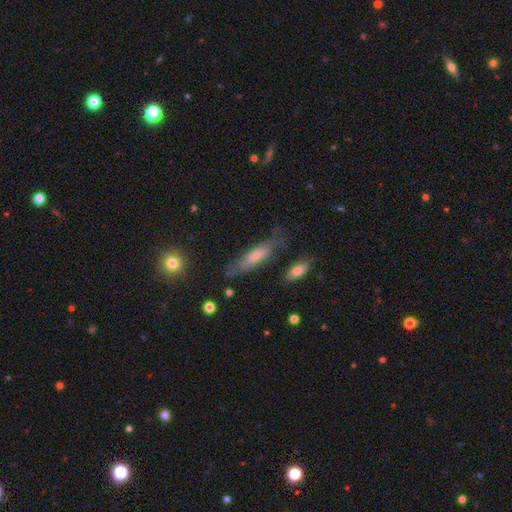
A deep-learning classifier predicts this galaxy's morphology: A smooth galaxy with no disk features (47%).

Vote fractions:
- Smooth or featured? smooth: 47% / featured or disk: 45% / star or artifact: 8%
- Merging? none: 69% / minor disturbance: 21% / major disturbance: 7% / merger: 3%